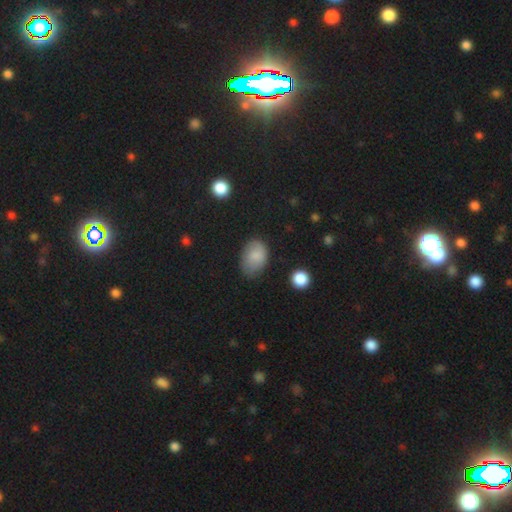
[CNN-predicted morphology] This appears to be a smooth galaxy with no disk features (81%) that is in between round and cigar-shaped (83%). Merging: none (58%).